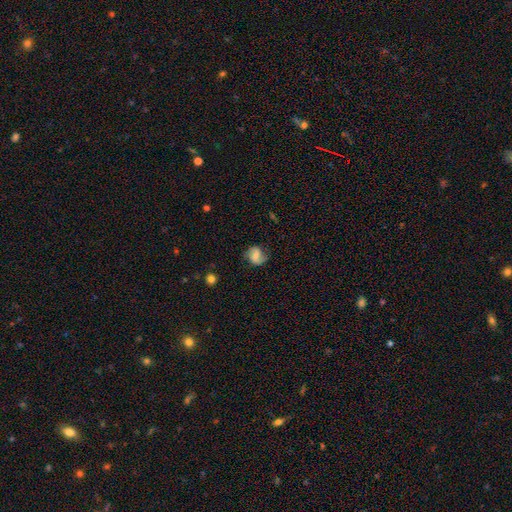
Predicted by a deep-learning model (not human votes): smooth-or-featured: featured or disk: 50% | smooth: 41% | star or artifact: 9%
  disk-edge-on: no: 97% | yes: 3%
  merging: none: 71% | minor disturbance: 20% | major disturbance: 7% | merger: 2%